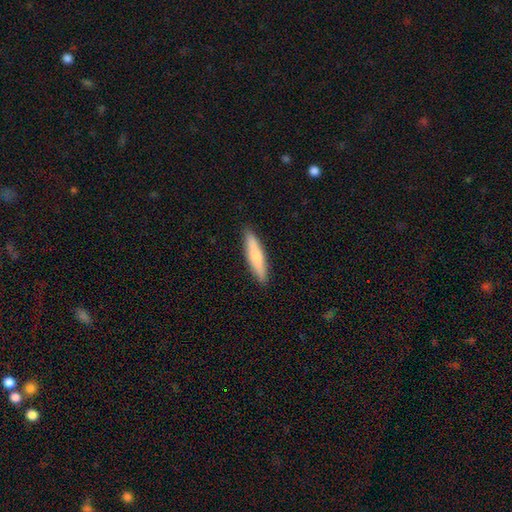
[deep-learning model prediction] Overall: smooth (73%). How rounded: cigar-shaped (86%). Merging: none (90%).